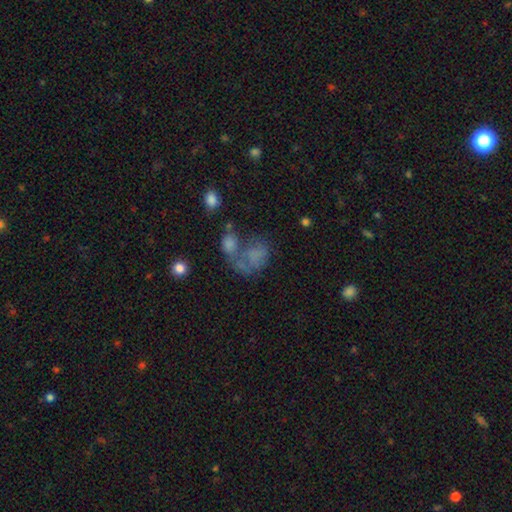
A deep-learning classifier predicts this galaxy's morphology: smooth-or-featured: smooth: 56% | featured or disk: 28% | star or artifact: 16%
  how-rounded: in between: 69% | round: 29% | cigar-shaped: 2%
  merging: merger: 36% | major disturbance: 28% | none: 21% | minor disturbance: 14%